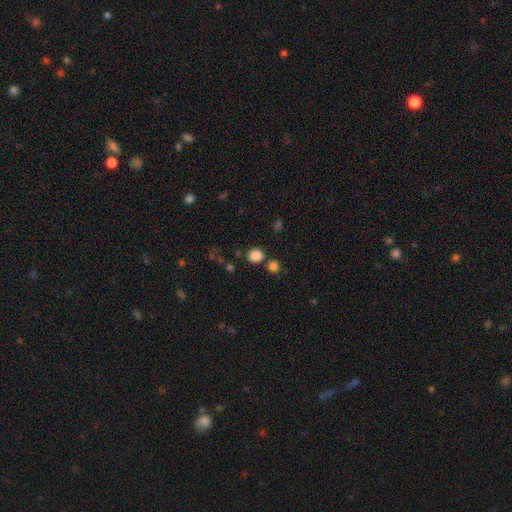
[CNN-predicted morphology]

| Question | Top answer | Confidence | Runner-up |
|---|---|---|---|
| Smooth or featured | smooth | 85% | star or artifact (11%) |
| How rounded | round | 83% | in between (16%) |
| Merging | none | 77% | merger (12%) |